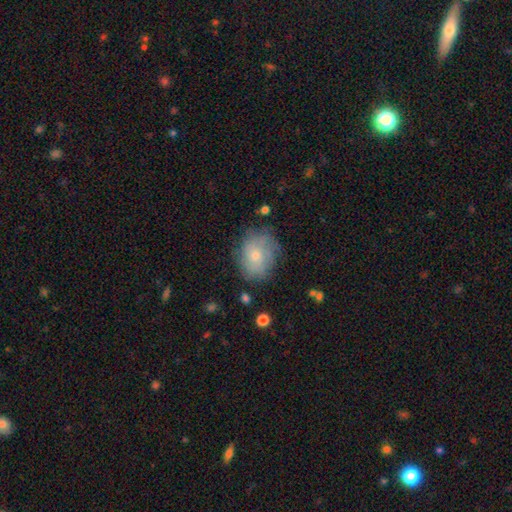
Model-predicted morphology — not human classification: Smooth or featured? Predicted: smooth (p=0.60). How rounded? Predicted: round (p=0.52). Merging? Predicted: none (p=0.66).